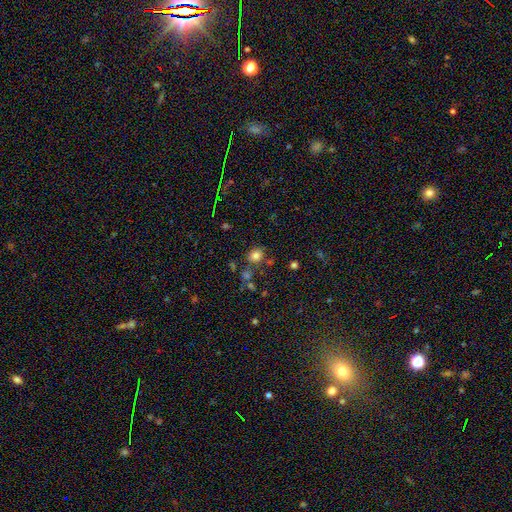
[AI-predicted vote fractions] Smooth or featured: smooth — 78% (star or artifact — 15%)
How rounded: round — 72% (in between — 27%)
Merging: none — 73% (minor disturbance — 13%)